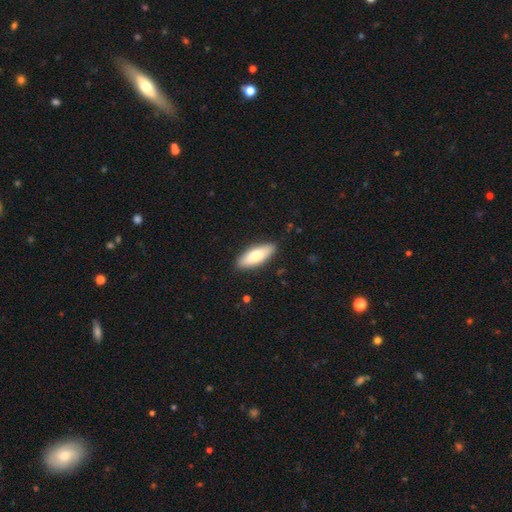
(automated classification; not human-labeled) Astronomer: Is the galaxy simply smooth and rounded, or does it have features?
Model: smooth — 74%.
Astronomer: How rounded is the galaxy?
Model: in between — 70%.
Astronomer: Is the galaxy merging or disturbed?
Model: none — 88%.